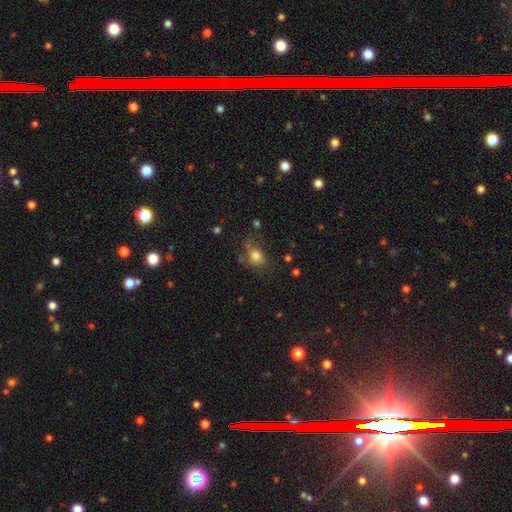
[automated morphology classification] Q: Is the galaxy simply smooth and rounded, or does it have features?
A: smooth — 76%.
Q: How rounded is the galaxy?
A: in between — 50%.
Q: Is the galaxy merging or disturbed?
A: none — 55%.